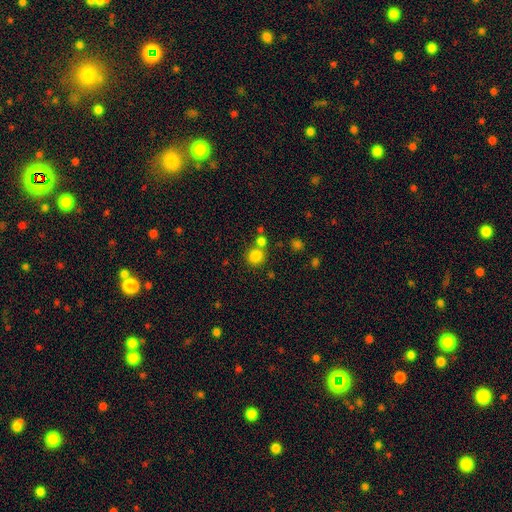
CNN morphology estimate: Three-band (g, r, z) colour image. It shows a smooth galaxy with no disk features (81%) that is round (89%). Merging: none (65%).